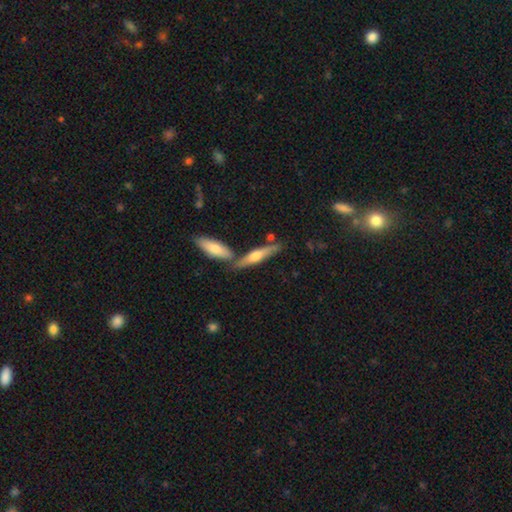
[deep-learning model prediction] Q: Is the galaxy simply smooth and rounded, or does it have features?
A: featured or disk — 50%.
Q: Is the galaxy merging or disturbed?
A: none — 65%.